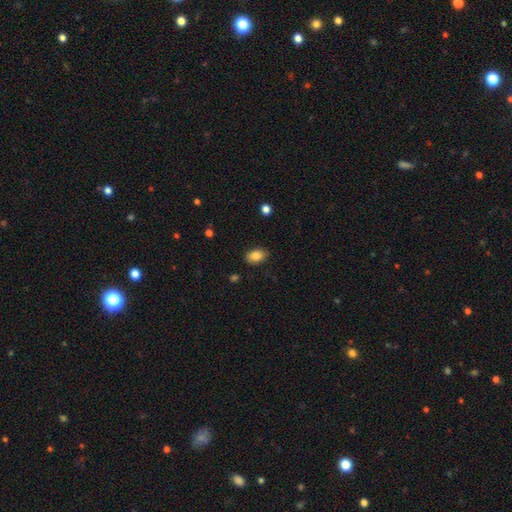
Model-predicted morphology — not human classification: Smooth or featured? smooth (85%)
How rounded? in between (87%)
Merging? none (86%)